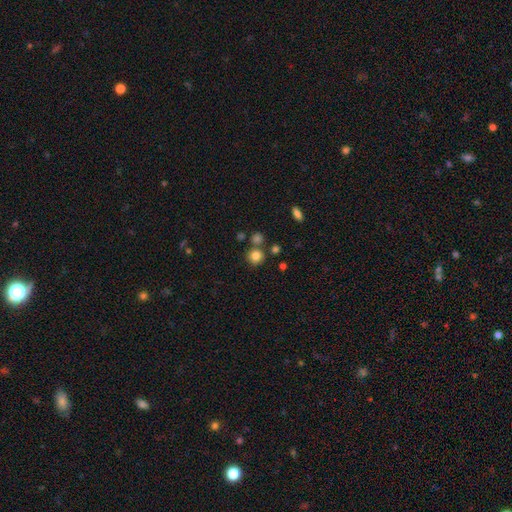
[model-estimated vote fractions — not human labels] Smooth or featured: smooth — 82% (star or artifact — 12%)
How rounded: round — 91% (in between — 8%)
Merging: none — 75% (merger — 13%)